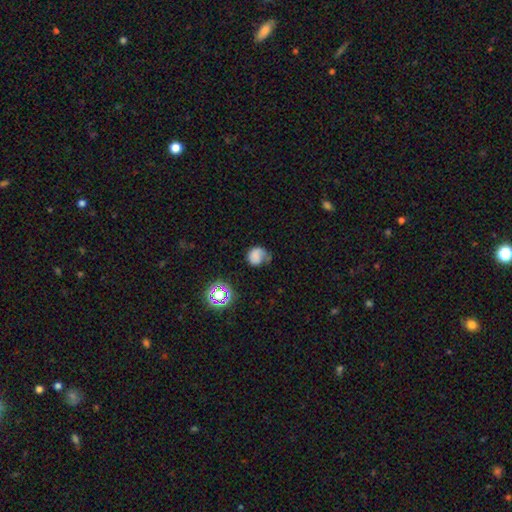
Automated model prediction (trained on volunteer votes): Smooth or featured? Predicted: smooth (p=0.62). How rounded? Predicted: round (p=0.69). Merging? Predicted: none (p=0.35).